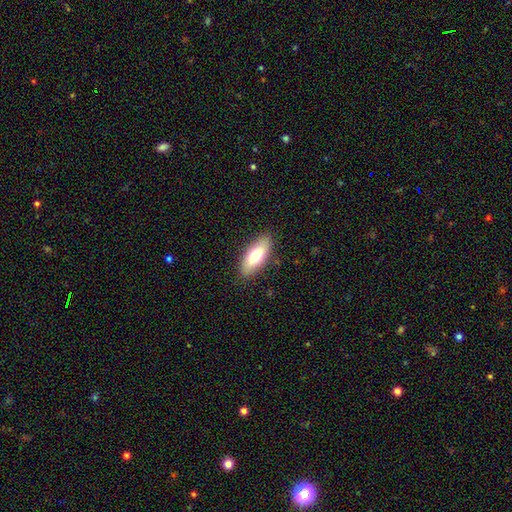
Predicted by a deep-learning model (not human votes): smooth-or-featured: smooth: 74% | featured or disk: 20% | star or artifact: 6%
  how-rounded: in between: 75% | cigar-shaped: 23% | round: 2%
  merging: none: 86% | minor disturbance: 10% | major disturbance: 2% | merger: 1%